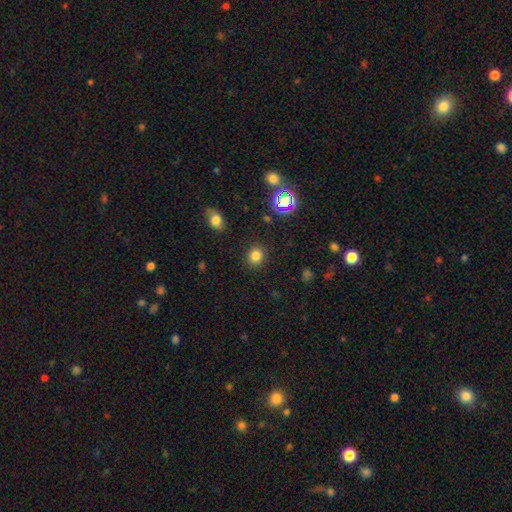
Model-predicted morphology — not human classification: Smooth or featured: smooth — 81% (star or artifact — 15%)
How rounded: round — 78% (in between — 21%)
Merging: none — 89% (minor disturbance — 7%)